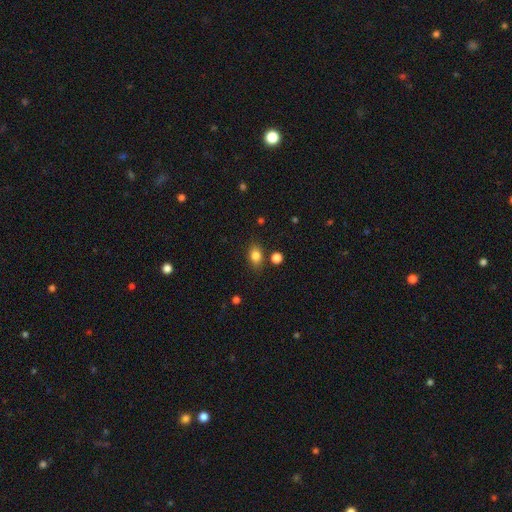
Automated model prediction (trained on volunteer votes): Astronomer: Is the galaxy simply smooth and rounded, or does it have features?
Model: smooth — 82%.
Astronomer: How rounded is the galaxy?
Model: in between — 70%.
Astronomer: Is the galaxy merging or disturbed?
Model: none — 78%.